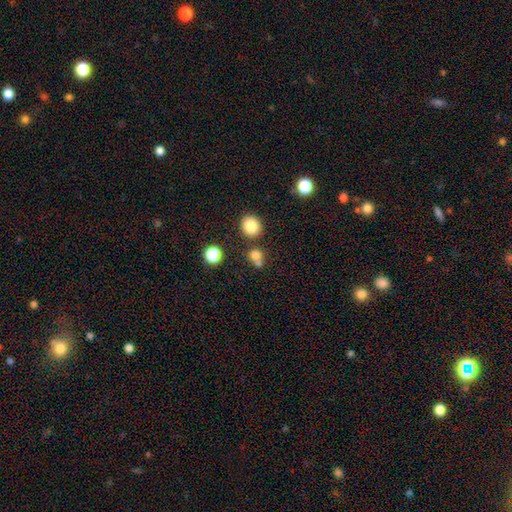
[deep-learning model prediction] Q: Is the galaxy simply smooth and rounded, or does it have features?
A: smooth — 76%.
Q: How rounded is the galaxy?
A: round — 83%.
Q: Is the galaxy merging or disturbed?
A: none — 56%.